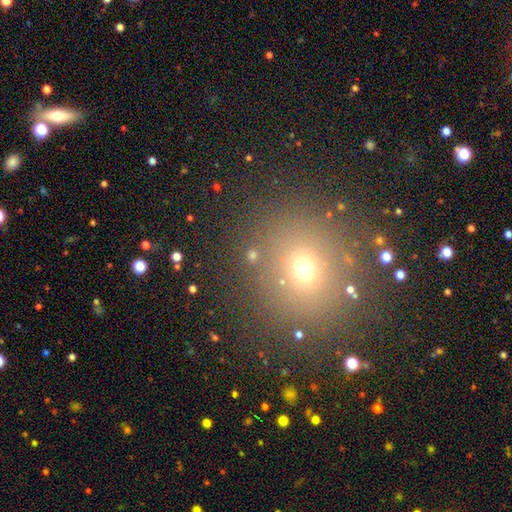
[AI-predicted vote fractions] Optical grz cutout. It shows a smooth galaxy with no disk features (60%) that is round (81%). Merging: none (83%).